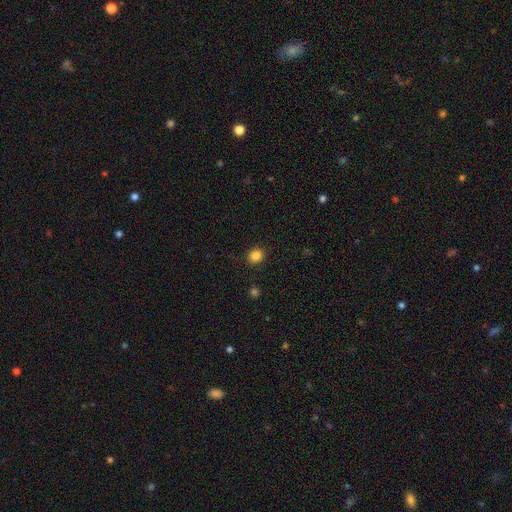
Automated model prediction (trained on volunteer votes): smooth-or-featured: smooth: 84% | star or artifact: 11% | featured or disk: 4%
  how-rounded: round: 74% | in between: 26% | cigar-shaped: 1%
  merging: none: 90% | minor disturbance: 7% | major disturbance: 2% | merger: 1%